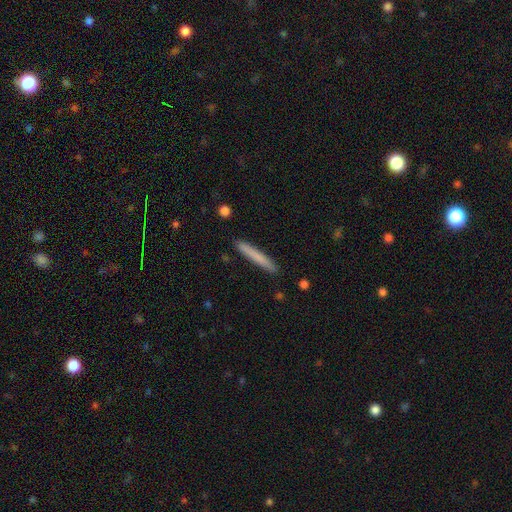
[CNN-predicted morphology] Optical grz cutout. It shows a smooth galaxy with no disk features (75%) that is cigar-shaped (96%). Merging: none (90%).